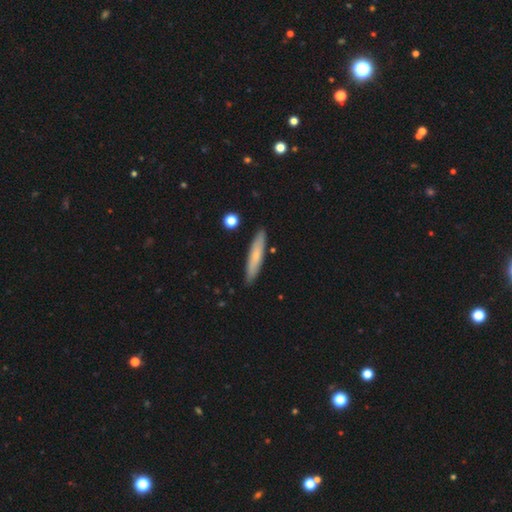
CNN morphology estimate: This appears to be a smooth galaxy with no disk features (66%) that is cigar-shaped (90%). Merging: none (89%).